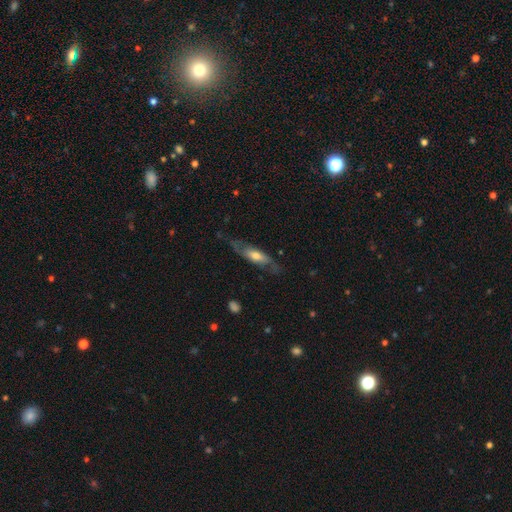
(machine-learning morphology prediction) This appears to be a featured or disk galaxy (57%). Merging: none (65%).